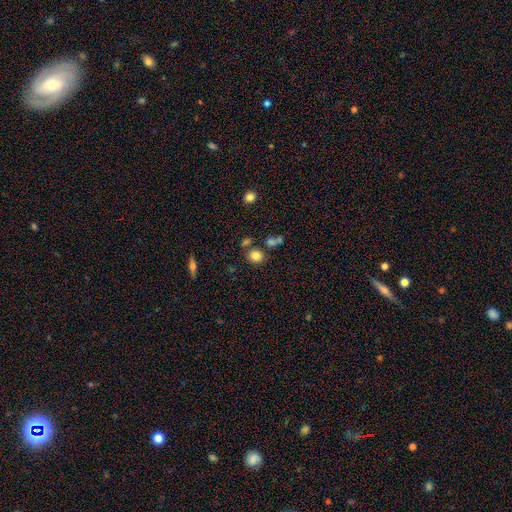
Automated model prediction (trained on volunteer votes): Morphology: type=smooth (82%); roundness=round (72%); merging=none (71%).